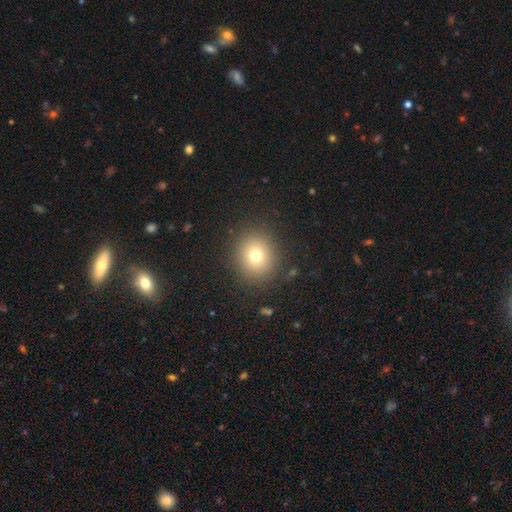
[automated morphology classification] Smooth or featured? smooth (73%)
How rounded? round (83%)
Merging? none (87%)